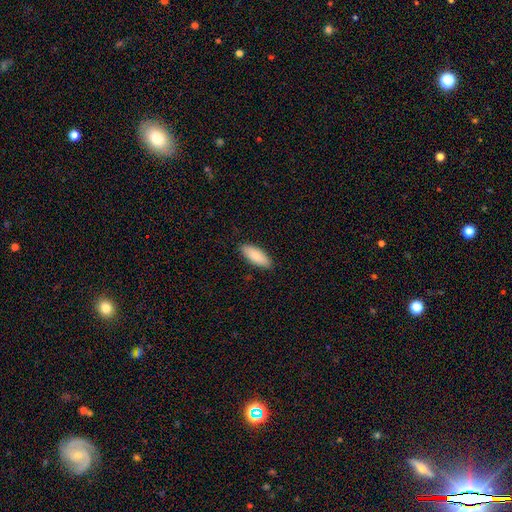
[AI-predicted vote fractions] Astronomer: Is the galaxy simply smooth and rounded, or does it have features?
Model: smooth — 88%.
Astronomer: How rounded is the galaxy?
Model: in between — 70%.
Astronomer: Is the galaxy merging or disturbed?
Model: none — 89%.